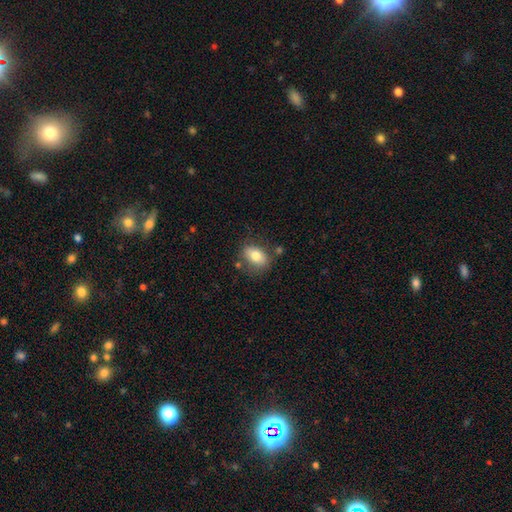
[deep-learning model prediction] This appears to be a smooth galaxy with no disk features (76%) that is in between round and cigar-shaped (79%). Merging: none (71%).